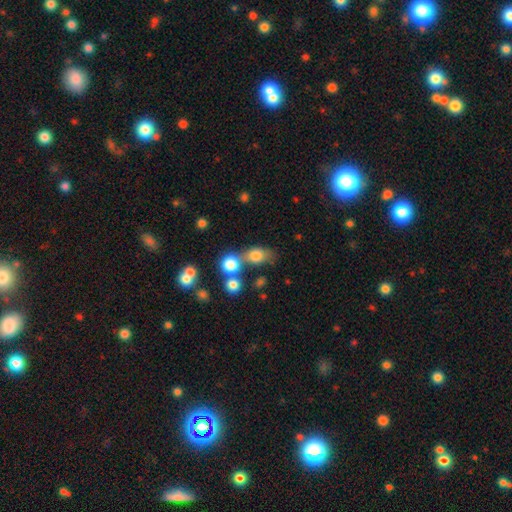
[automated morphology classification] Smooth or featured?
  - smooth: 76% *
  - star or artifact: 12%
  - featured or disk: 12%
How rounded?
  - in between: 51% *
  - round: 46%
  - cigar-shaped: 3%
Merging?
  - merger: 41% *
  - none: 38%
  - minor disturbance: 12%
  - major disturbance: 8%